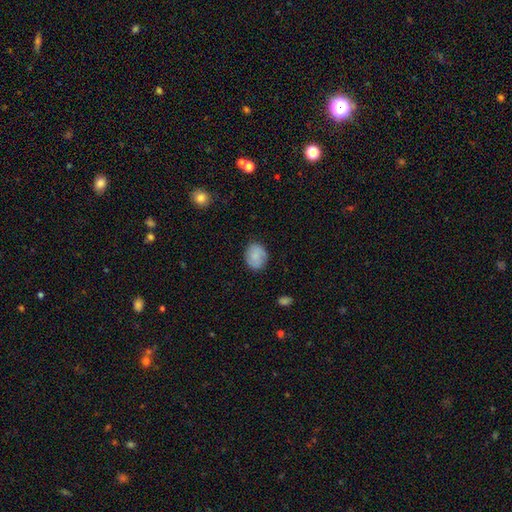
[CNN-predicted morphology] Smooth or featured: smooth — 79% (featured or disk — 13%)
How rounded: round — 54% (in between — 45%)
Merging: none — 83% (minor disturbance — 13%)